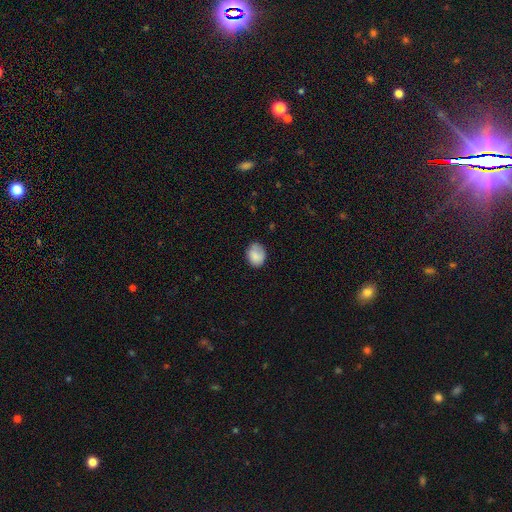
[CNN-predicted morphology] The model was most divided on "how rounded": in between: 52%, round: 47%, cigar-shaped: 1%. More confident: smooth or featured — smooth (84%); merging — none (71%).